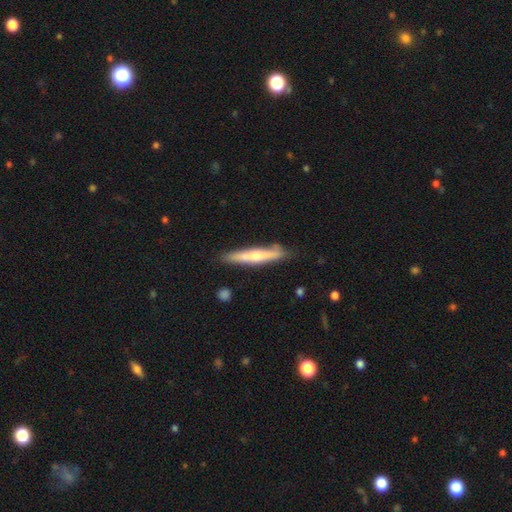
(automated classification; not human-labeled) Smooth or featured? Predicted: smooth (p=0.49). Merging? Predicted: none (p=0.79).